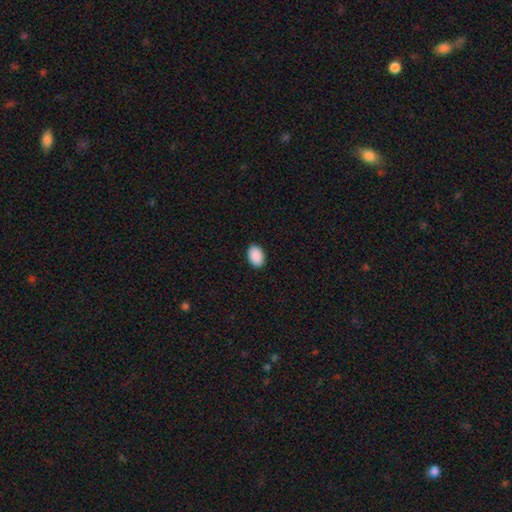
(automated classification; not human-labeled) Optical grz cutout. It shows a smooth galaxy with no disk features (91%) that is in between round and cigar-shaped (88%). Merging: none (90%).